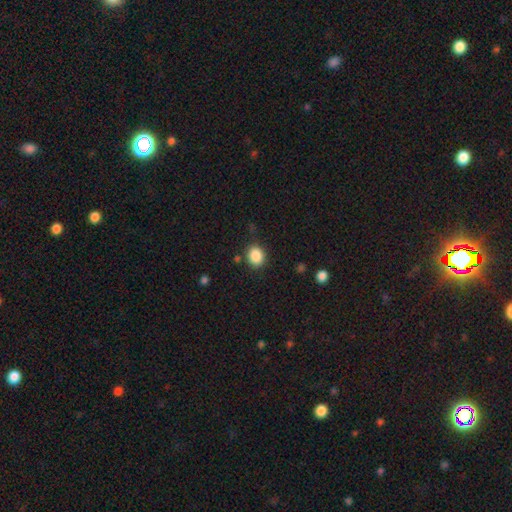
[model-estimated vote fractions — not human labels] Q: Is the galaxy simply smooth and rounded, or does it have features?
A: smooth — 87%.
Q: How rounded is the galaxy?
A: round — 63%.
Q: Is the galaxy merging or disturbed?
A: none — 83%.